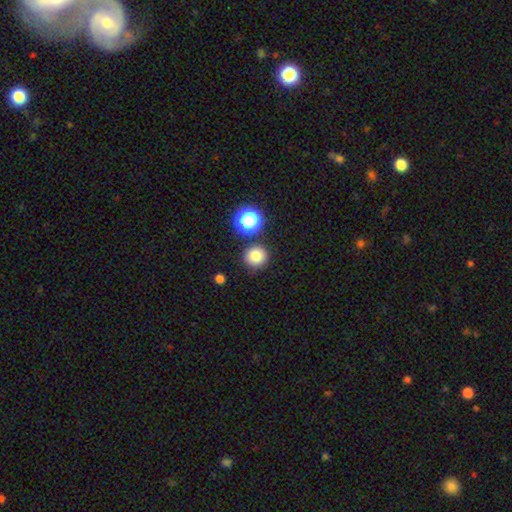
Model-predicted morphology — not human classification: A smooth galaxy with no disk features (80%) that is round (90%). Merging: none (85%).